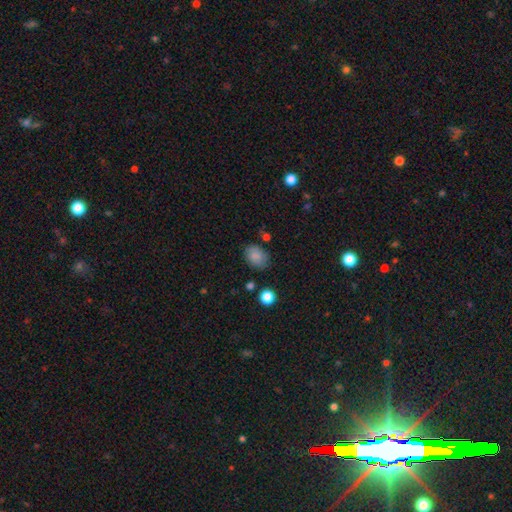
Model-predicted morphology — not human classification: A smooth galaxy with no disk features (85%) that is in between round and cigar-shaped (71%). Merging: none (77%).